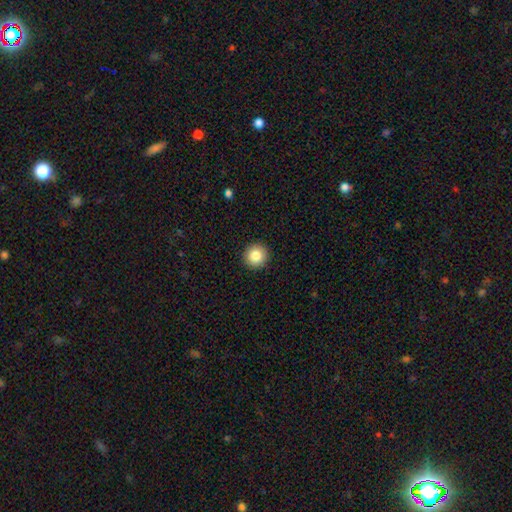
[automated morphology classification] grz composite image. It shows a smooth galaxy with no disk features (84%) that is round (94%). Merging: none (93%).